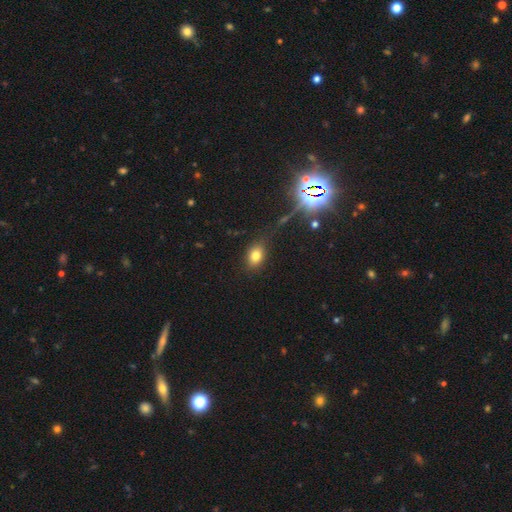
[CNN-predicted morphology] The model was most divided on "how rounded": in between: 68%, round: 30%, cigar-shaped: 2%. More confident: merging — none (78%); smooth or featured — smooth (76%).